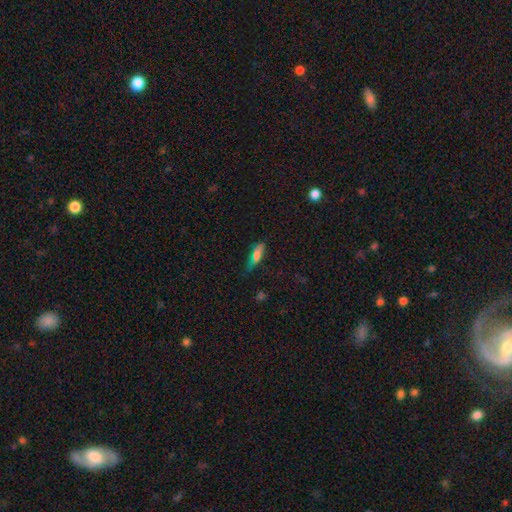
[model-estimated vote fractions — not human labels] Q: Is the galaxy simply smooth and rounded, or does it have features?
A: smooth — 65%.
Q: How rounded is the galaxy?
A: cigar-shaped — 54%.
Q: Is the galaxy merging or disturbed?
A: none — 65%.